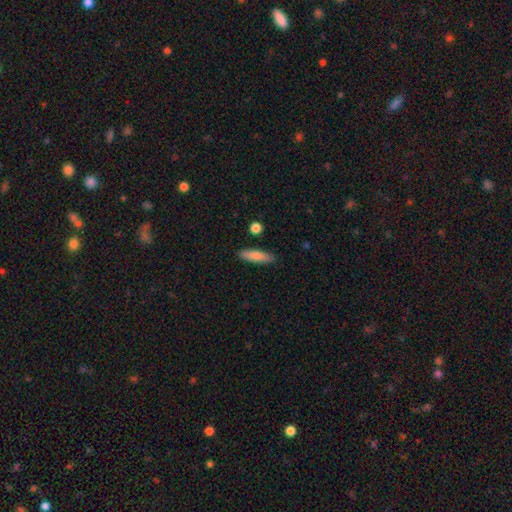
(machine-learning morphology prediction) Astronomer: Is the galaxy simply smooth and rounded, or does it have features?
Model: smooth — 80%.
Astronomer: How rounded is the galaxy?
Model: cigar-shaped — 67%.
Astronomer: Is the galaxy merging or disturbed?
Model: none — 86%.